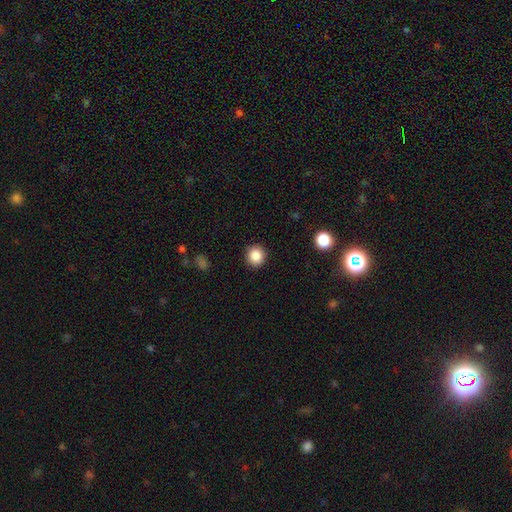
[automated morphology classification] This is clearly a smooth galaxy (87%). How rounded: clearly round (87%). Merging: clearly none (90%).